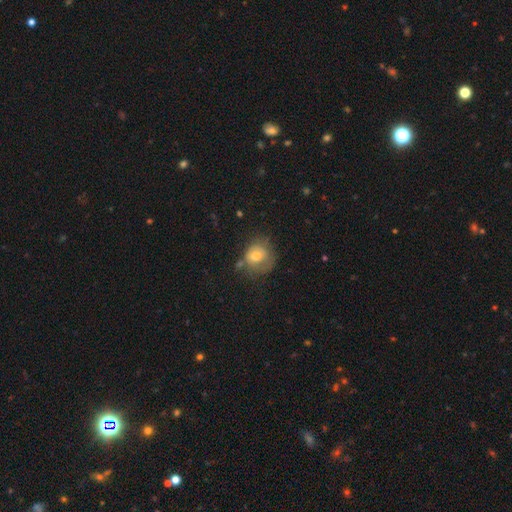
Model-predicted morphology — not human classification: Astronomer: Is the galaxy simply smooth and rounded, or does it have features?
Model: smooth — 69%.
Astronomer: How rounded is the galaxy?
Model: round — 71%.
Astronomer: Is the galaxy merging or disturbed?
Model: none — 54%.